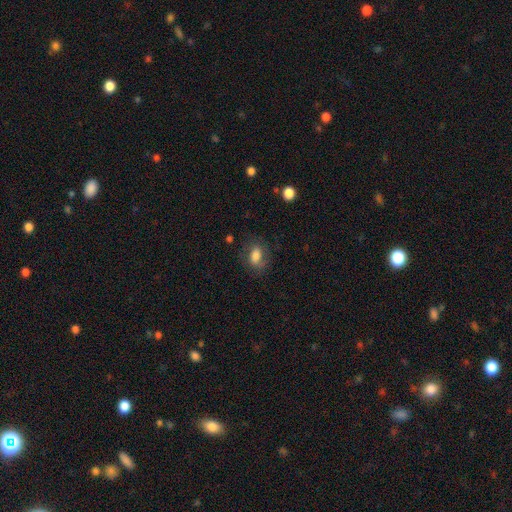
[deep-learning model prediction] smooth 72%, featured or disk 19%, star or artifact 9%. Down the decision tree: how rounded — in between (80%); merging — none (70%).